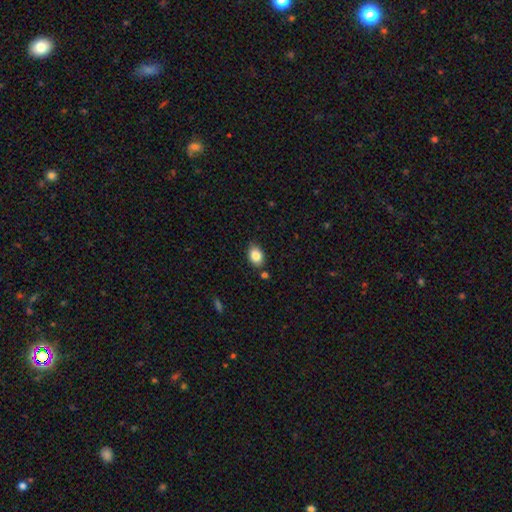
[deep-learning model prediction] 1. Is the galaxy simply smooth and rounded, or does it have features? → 85% smooth, 9% star or artifact, 7% featured or disk.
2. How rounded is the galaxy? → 76% in between, 23% round, 1% cigar-shaped.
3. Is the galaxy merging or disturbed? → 81% none, 13% minor disturbance, 4% merger, 2% major disturbance.